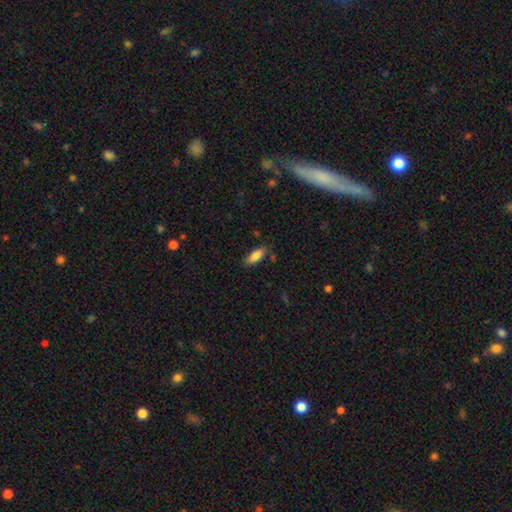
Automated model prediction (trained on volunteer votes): Smooth or featured? smooth (84%)
How rounded? in between (76%)
Merging? none (79%)